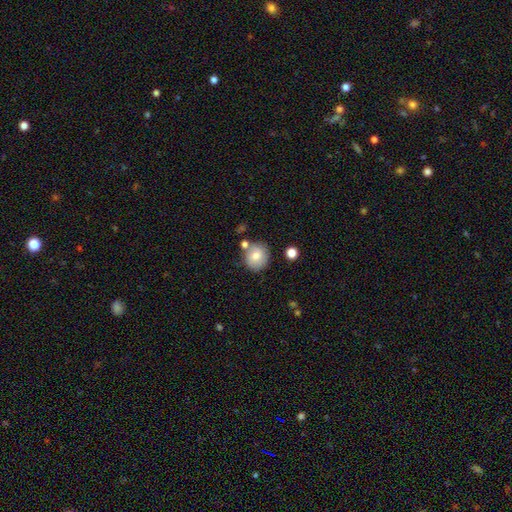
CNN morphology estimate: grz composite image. It shows a smooth galaxy with no disk features (76%) that is round (90%). Merging: none (74%).